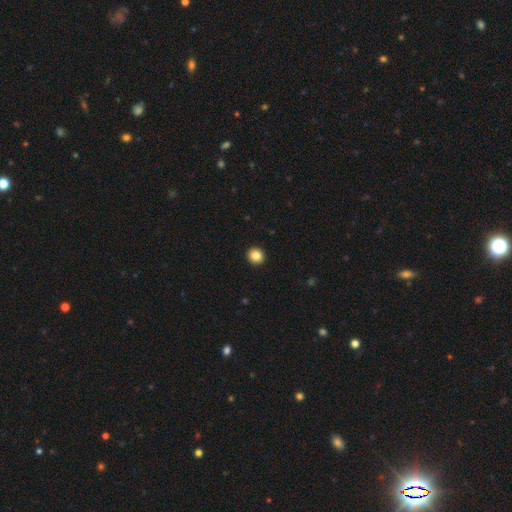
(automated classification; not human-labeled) This appears to be a smooth galaxy with no disk features (87%) that is round (90%). Merging: none (94%).